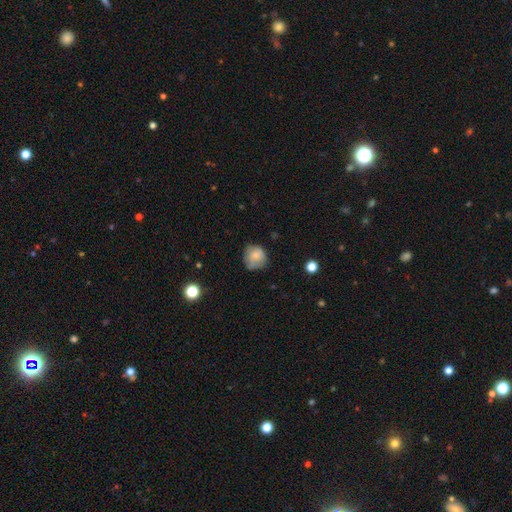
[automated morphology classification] This appears to be a smooth galaxy with no disk features (74%) that is round (80%). Merging: none (57%).